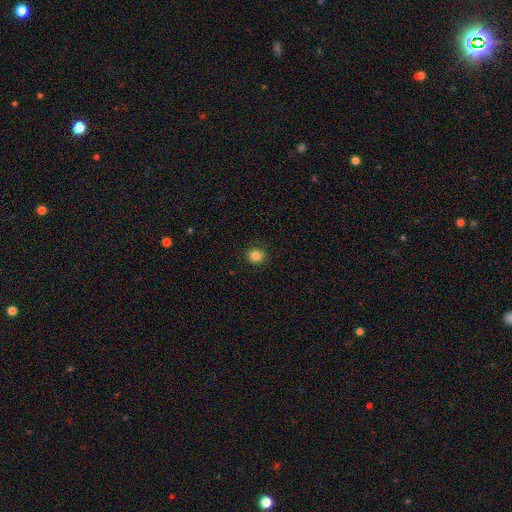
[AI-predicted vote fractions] Q: Smooth or featured?
A: smooth (84%); runner-up: star or artifact (11%)
Q: How rounded?
A: round (86%); runner-up: in between (13%)
Q: Merging?
A: none (91%); runner-up: minor disturbance (6%)